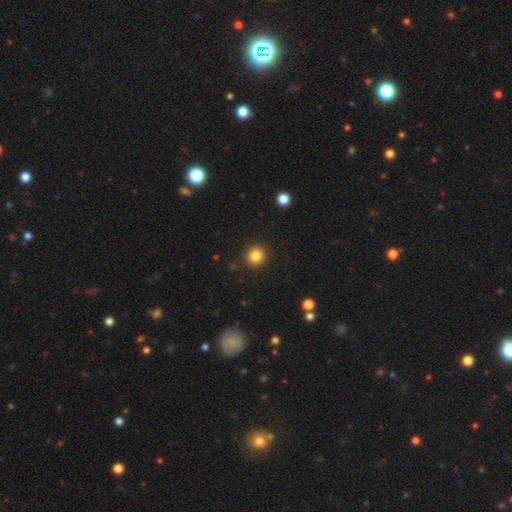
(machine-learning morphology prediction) Q: Smooth or featured?
A: smooth (83%); runner-up: star or artifact (11%)
Q: How rounded?
A: round (92%); runner-up: in between (7%)
Q: Merging?
A: none (91%); runner-up: minor disturbance (6%)